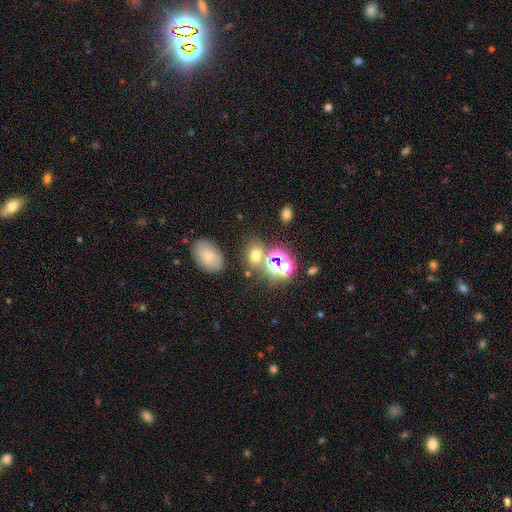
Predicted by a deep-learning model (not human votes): Overall: smooth (58%; star or artifact 32%). How rounded: in between (50%; round 48%). Merging: none (63%).